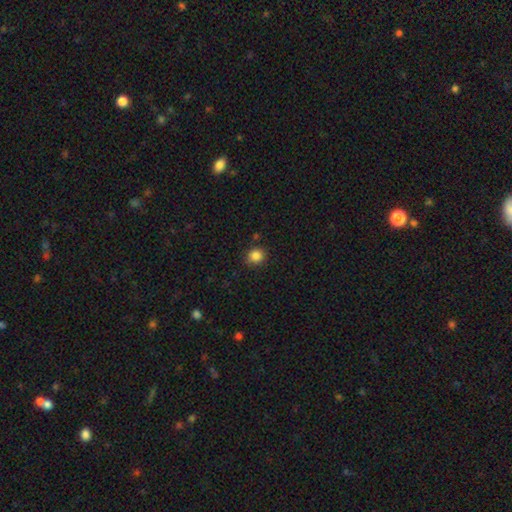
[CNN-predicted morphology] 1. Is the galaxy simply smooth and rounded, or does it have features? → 85% smooth, 11% star or artifact, 4% featured or disk.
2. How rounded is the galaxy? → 89% round, 10% in between, 1% cigar-shaped.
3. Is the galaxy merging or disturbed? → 86% none, 9% minor disturbance, 2% merger, 2% major disturbance.